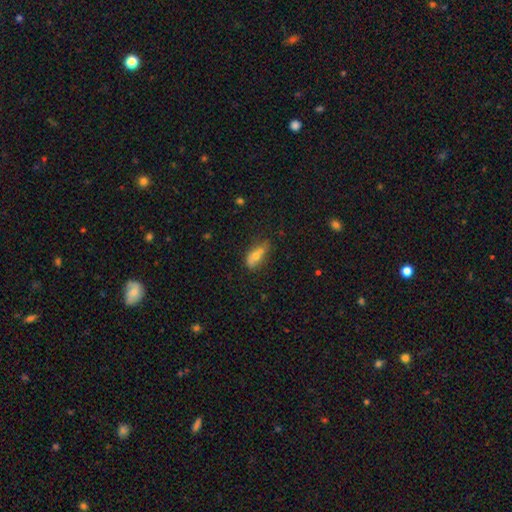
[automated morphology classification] Overall: smooth (60%; featured or disk 29%). How rounded: in between (74%). Merging: none (45%; minor disturbance 23%).